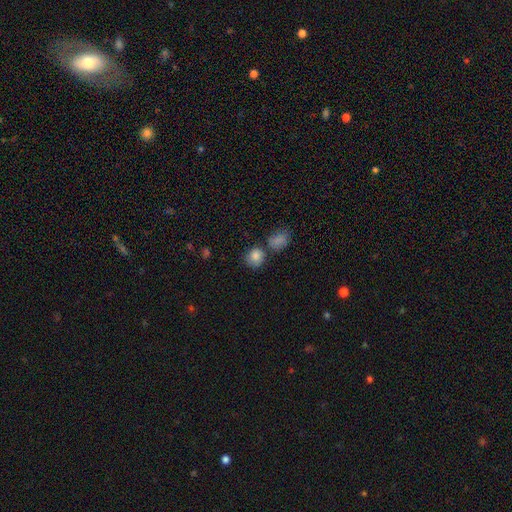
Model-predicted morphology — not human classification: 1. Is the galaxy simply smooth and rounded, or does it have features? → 83% smooth, 9% star or artifact, 8% featured or disk.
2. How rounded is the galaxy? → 78% round, 21% in between, 1% cigar-shaped.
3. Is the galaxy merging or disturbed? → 59% none, 20% merger, 16% minor disturbance, 5% major disturbance.